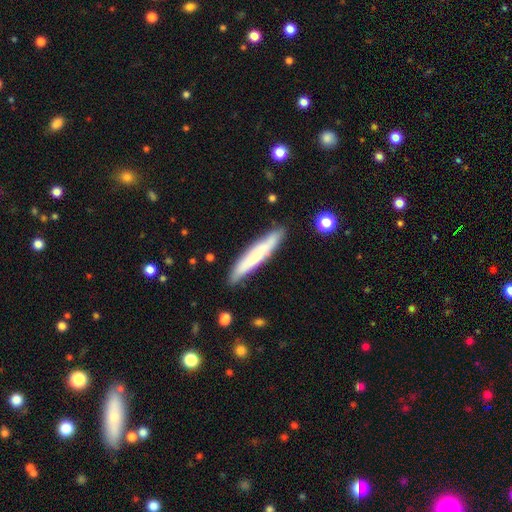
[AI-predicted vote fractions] Smooth or featured: smooth — 58% (featured or disk — 36%)
How rounded: cigar-shaped — 91% (in between — 7%)
Merging: none — 84% (minor disturbance — 12%)